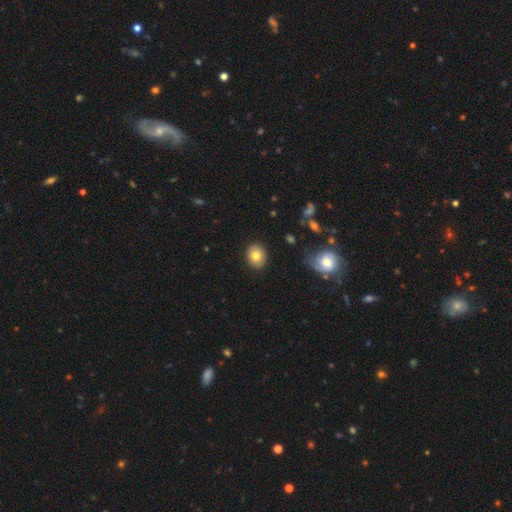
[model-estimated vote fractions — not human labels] This is likely a smooth galaxy (79%). How rounded: possibly round (56%). Merging: clearly none (89%).